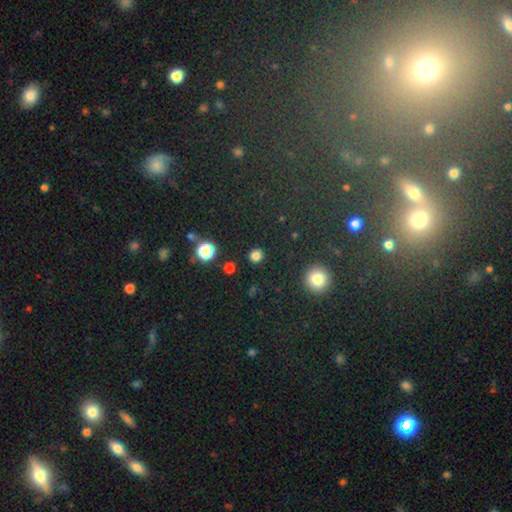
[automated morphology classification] A smooth galaxy with no disk features (80%) that is round (90%).

Vote fractions:
- Smooth or featured? smooth: 80% / star or artifact: 16% / featured or disk: 4%
- How rounded? round: 90% / in between: 9% / cigar-shaped: 1%
- Merging? none: 89% / minor disturbance: 7% / major disturbance: 2% / merger: 2%